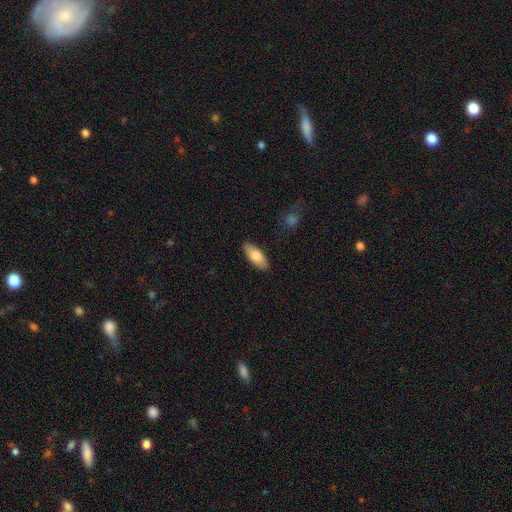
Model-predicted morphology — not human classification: smooth-or-featured: smooth: 78% | featured or disk: 16% | star or artifact: 6%
  how-rounded: in between: 78% | cigar-shaped: 20% | round: 2%
  merging: none: 89% | minor disturbance: 8% | major disturbance: 2% | merger: 1%